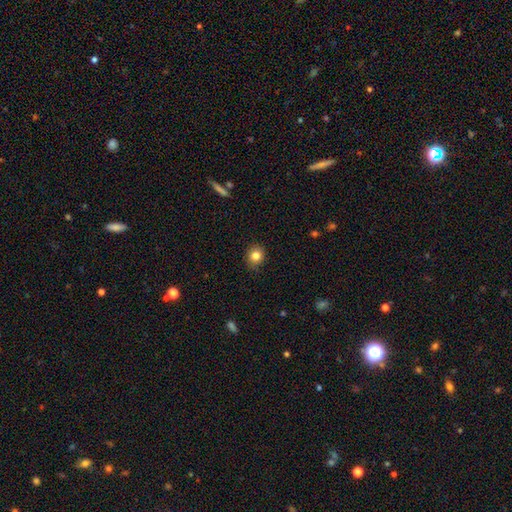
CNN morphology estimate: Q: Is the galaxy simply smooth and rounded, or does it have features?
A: smooth — 82%.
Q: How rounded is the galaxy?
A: round — 77%.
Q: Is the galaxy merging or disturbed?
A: none — 87%.